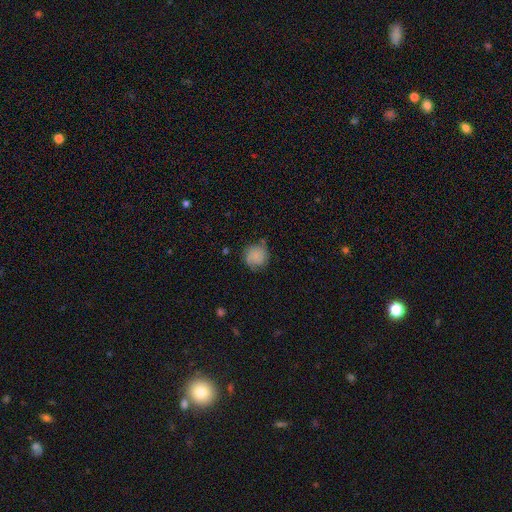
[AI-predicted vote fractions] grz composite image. It shows a smooth galaxy with no disk features (66%) that is round (88%). Merging: none (70%).